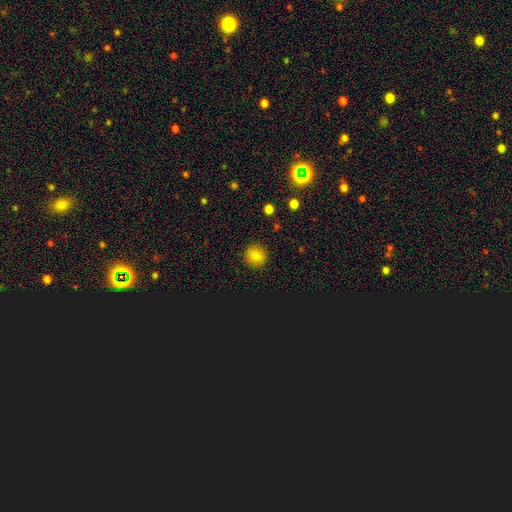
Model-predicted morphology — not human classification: Q: Smooth or featured?
A: smooth (81%); runner-up: star or artifact (13%)
Q: How rounded?
A: round (92%); runner-up: in between (7%)
Q: Merging?
A: none (91%); runner-up: minor disturbance (6%)